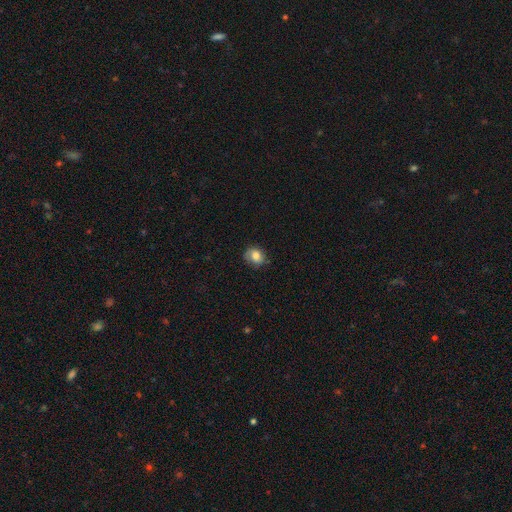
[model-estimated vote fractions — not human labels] Smooth or featured: smooth — 75% (featured or disk — 16%)
How rounded: round — 58% (in between — 42%)
Merging: none — 67% (minor disturbance — 25%)